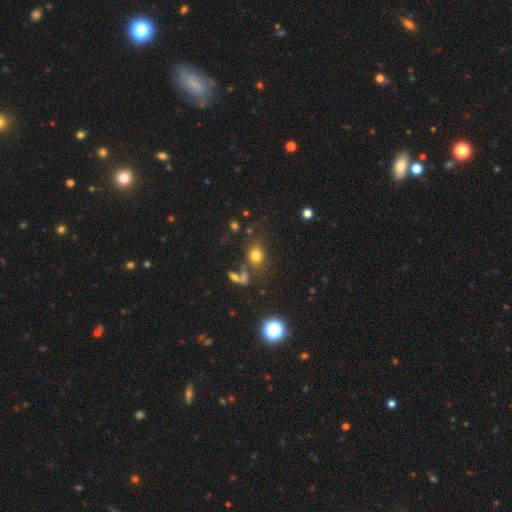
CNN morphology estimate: A smooth galaxy with no disk features (73%) that is round (51%). Merging: none (63%).